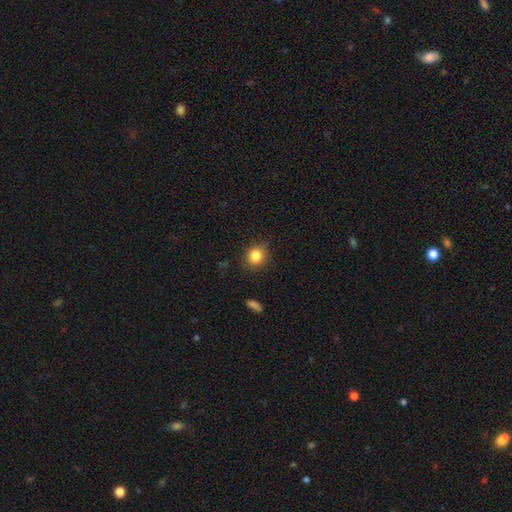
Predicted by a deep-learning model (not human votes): This is clearly a smooth galaxy (85%). How rounded: clearly round (84%). Merging: clearly none (84%).